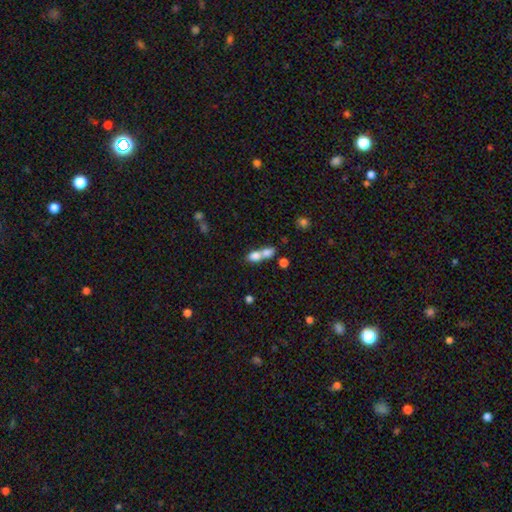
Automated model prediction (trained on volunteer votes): This appears to be a smooth galaxy with no disk features (74%) that is in between round and cigar-shaped (68%). Merging: merger (71%).